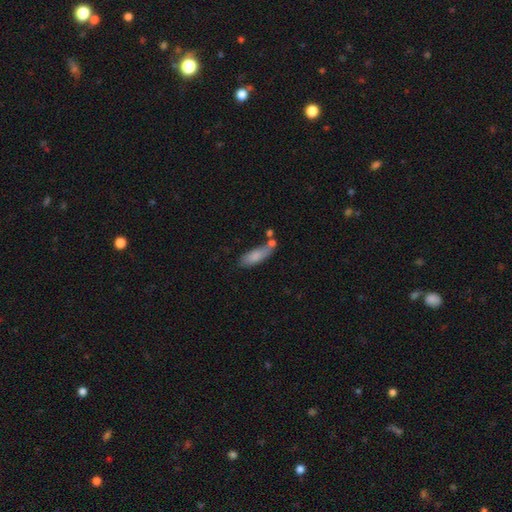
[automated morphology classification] smooth-or-featured: smooth: 78% | featured or disk: 14% | star or artifact: 7%
  how-rounded: in between: 57% | cigar-shaped: 40% | round: 2%
  merging: none: 46% | minor disturbance: 24% | merger: 22% | major disturbance: 9%